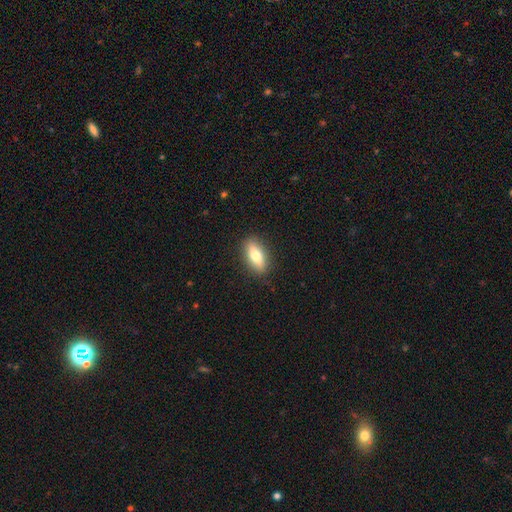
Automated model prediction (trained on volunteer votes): A smooth galaxy with no disk features (65%) that is in between round and cigar-shaped (71%). Merging: none (88%).